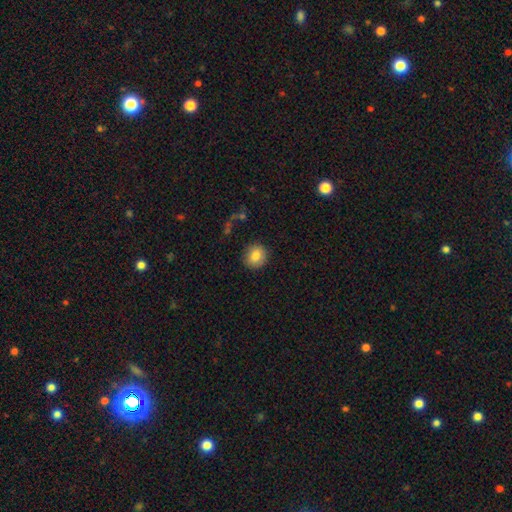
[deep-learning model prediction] Smooth or featured?
  - smooth: 83% *
  - star or artifact: 9%
  - featured or disk: 8%
How rounded?
  - round: 86% *
  - in between: 13%
  - cigar-shaped: 1%
Merging?
  - none: 87% *
  - minor disturbance: 9%
  - major disturbance: 2%
  - merger: 1%